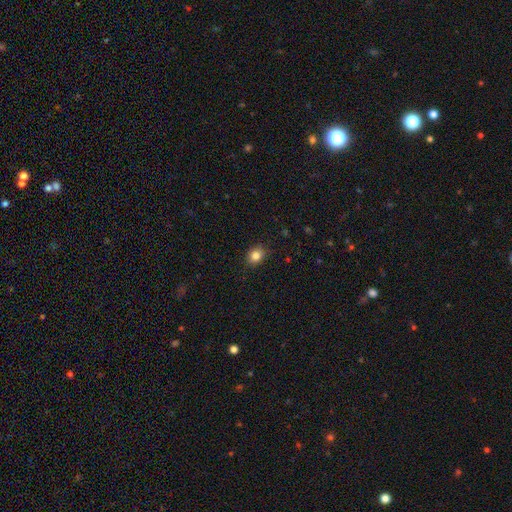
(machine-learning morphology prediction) This appears to be a smooth galaxy with no disk features (84%) that is round (52%). Merging: none (89%).